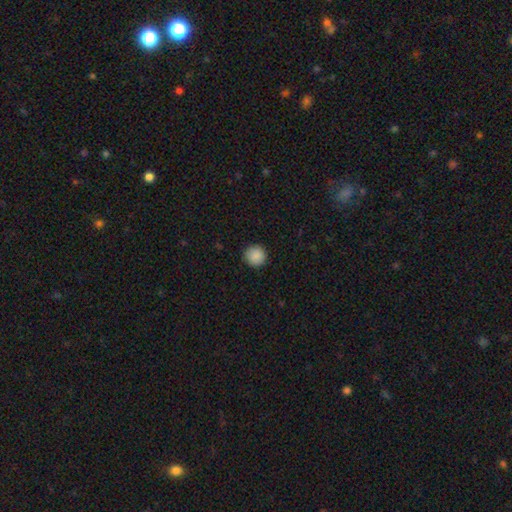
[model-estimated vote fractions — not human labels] Smooth or featured: smooth — 88% (star or artifact — 8%)
How rounded: round — 95% (in between — 4%)
Merging: none — 91% (minor disturbance — 6%)